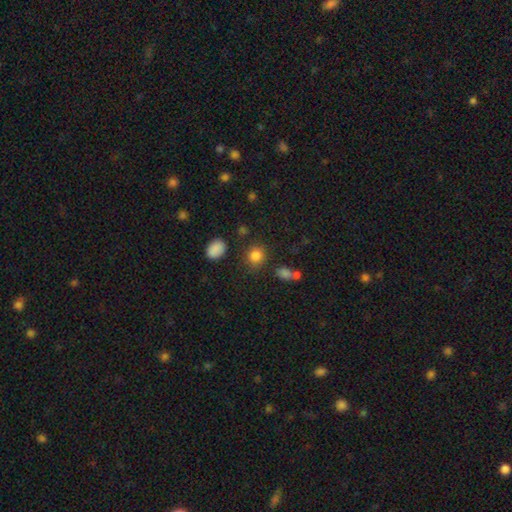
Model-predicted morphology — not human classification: Smooth or featured: smooth — 83% (star or artifact — 12%)
How rounded: round — 82% (in between — 17%)
Merging: none — 81% (minor disturbance — 10%)